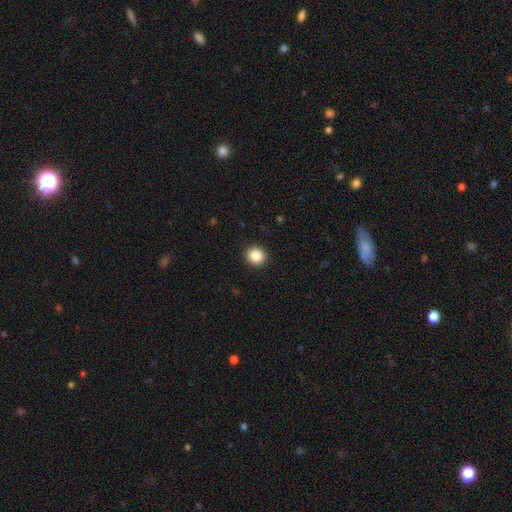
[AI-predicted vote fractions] smooth 86%, star or artifact 10%, featured or disk 4%. Down the decision tree: how rounded — round (88%); merging — none (92%).